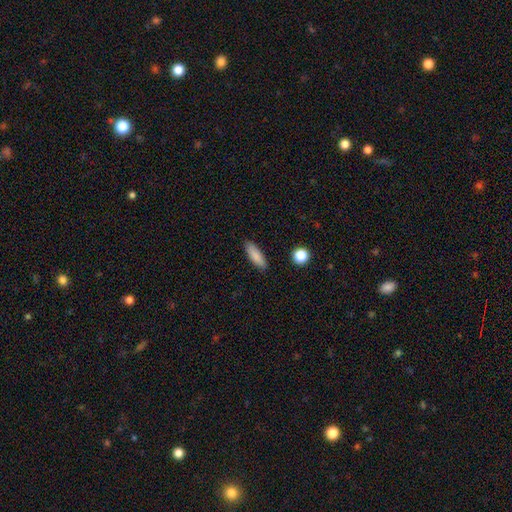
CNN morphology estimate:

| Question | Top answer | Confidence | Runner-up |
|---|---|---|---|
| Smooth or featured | smooth | 84% | featured or disk (9%) |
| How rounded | in between | 49% | tied: cigar-shaped (49%) |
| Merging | none | 88% | minor disturbance (9%) |